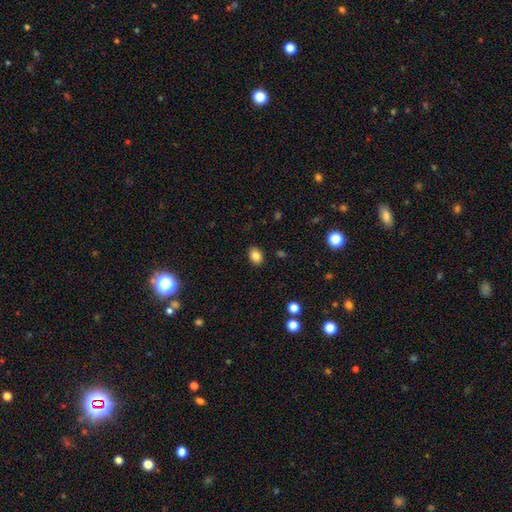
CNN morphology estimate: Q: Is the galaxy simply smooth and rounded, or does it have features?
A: smooth — 84%.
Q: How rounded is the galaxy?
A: in between — 66%.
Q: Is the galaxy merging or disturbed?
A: none — 89%.